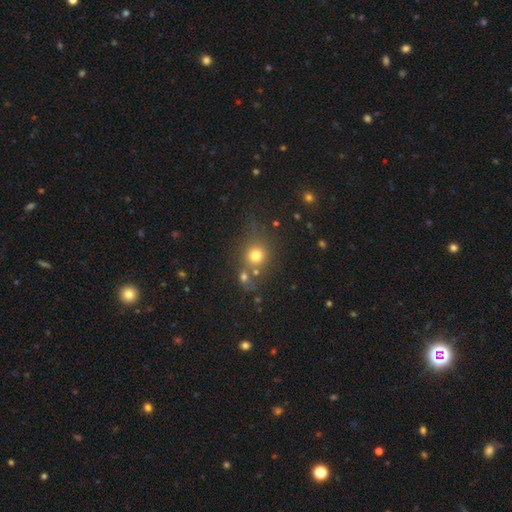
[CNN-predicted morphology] smooth_or_featured: smooth (p=0.73) [alt: star or artifact p=0.16]
how_rounded: round (p=0.83) [alt: in between p=0.16]
merging: none (p=0.62) [alt: merger p=0.20]